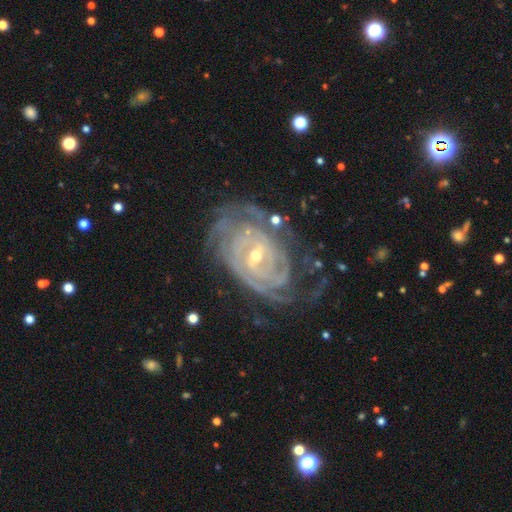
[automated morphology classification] smooth-or-featured: featured or disk: 91% | star or artifact: 5% | smooth: 4%
  disk-edge-on: no: 96% | yes: 4%
    bar: weak: 46% | no: 28% | strong: 26%
    has-spiral-arms: yes: 98% | no: 2%
      spiral-winding: tight: 82% | medium: 15% | loose: 3%
      spiral-arm-count: can't tell: 29% | 4: 23% | 3: 16% | 2: 16% | more than 4: 10% | 1: 7%
    bulge-size: small: 62% | moderate: 35% | large: 1% | none: 1% | dominant: 1%
  merging: none: 65% | minor disturbance: 22% | major disturbance: 11% | merger: 2%